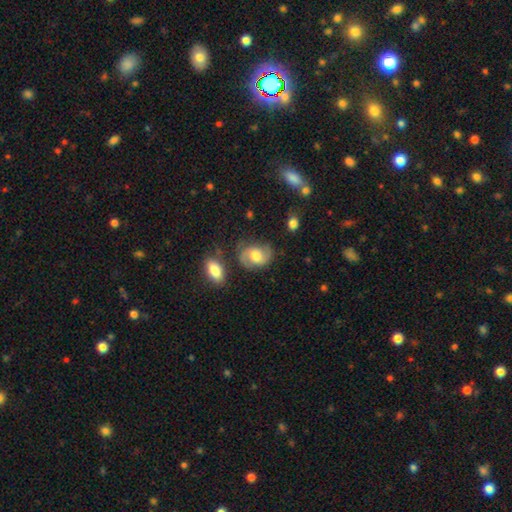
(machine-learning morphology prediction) This is likely a featured or disk galaxy (62%). It is clearly not viewed edge-on (97%). Bar: possibly no (52%). Spiral arm pattern: clearly yes (90%). Spiral arm count: clearly 2 (89%). Spiral winding: possibly medium (51%). Central bulge: possibly moderate (56%). Merging: likely none (70%).